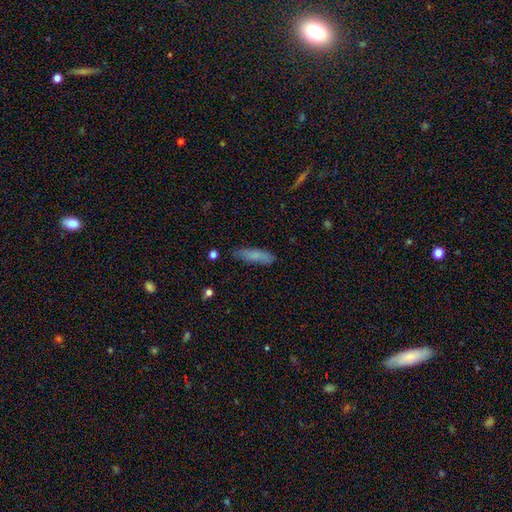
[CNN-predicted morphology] A smooth galaxy with no disk features (70%) that is cigar-shaped (75%).

Vote fractions:
- Smooth or featured? smooth: 70% / featured or disk: 20% / star or artifact: 10%
- How rounded? cigar-shaped: 75% / in between: 23% / round: 2%
- Merging? none: 81% / minor disturbance: 14% / major disturbance: 3% / merger: 2%